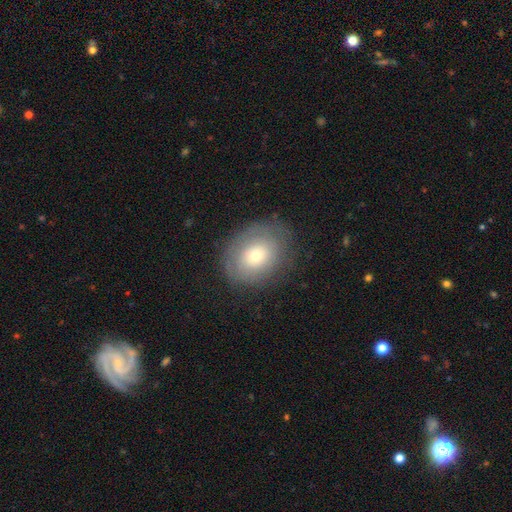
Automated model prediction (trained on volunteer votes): smooth 59%, featured or disk 32%, star or artifact 9%. Down the decision tree: how rounded — round (51%); merging — none (77%).